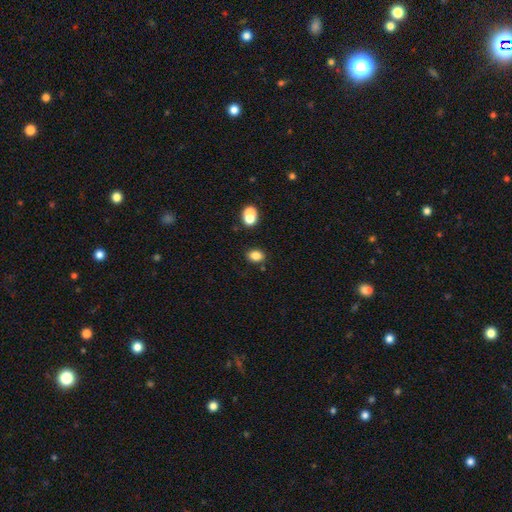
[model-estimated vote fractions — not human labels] smooth_or_featured: smooth (p=0.82) [alt: star or artifact p=0.11]
how_rounded: in between (p=0.69) [alt: round p=0.30]
merging: none (p=0.80) [alt: minor disturbance p=0.10]